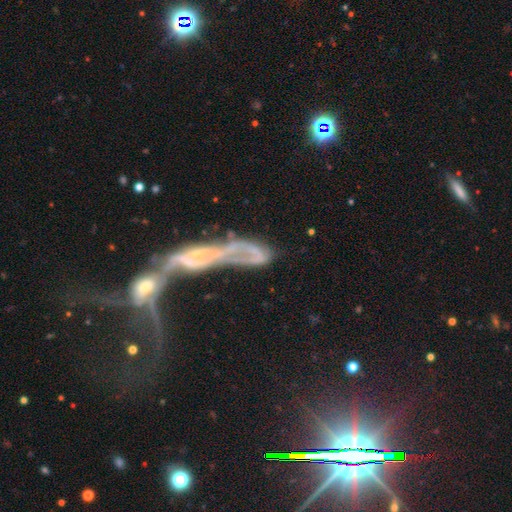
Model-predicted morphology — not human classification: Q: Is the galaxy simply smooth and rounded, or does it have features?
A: featured or disk — 54%.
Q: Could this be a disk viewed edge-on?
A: no — 80%.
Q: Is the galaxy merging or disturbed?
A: merger — 38%.